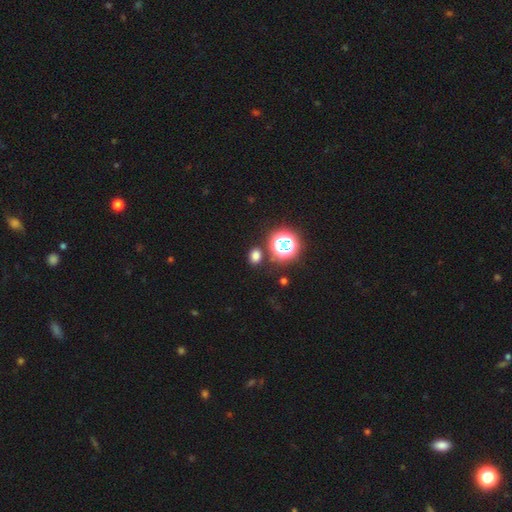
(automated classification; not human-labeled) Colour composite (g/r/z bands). It shows a smooth galaxy with no disk features (68%) that is in between round and cigar-shaped (50%). Merging: none (82%).